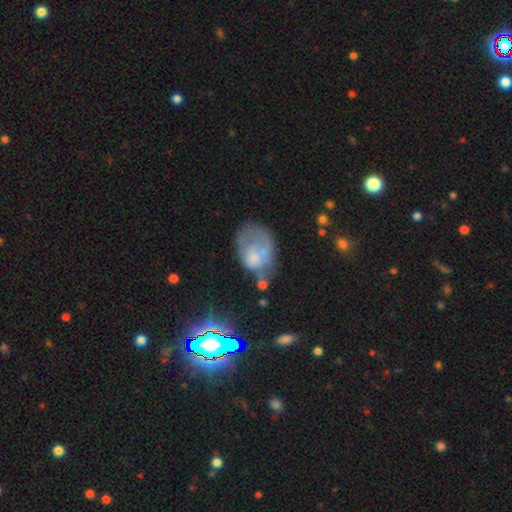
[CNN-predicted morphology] This is possibly a smooth galaxy (47%). Merging: marginally major disturbance (34%).